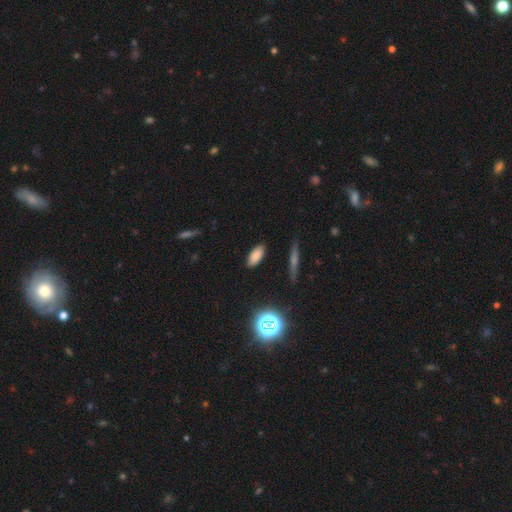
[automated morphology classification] smooth 81%, star or artifact 12%, featured or disk 7%. Down the decision tree: how rounded — in between (87%); merging — none (87%).